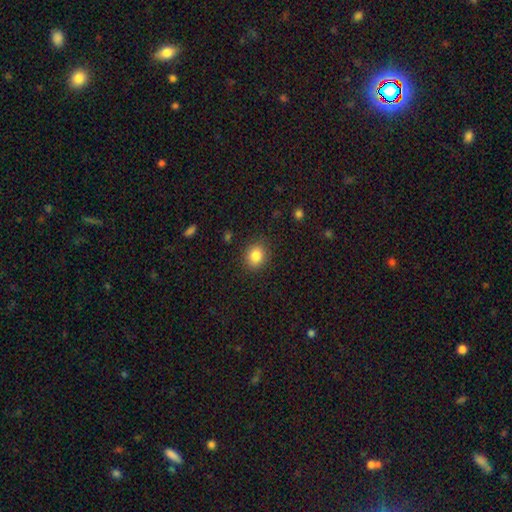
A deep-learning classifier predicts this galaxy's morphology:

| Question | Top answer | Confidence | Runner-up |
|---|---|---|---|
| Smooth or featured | smooth | 84% | star or artifact (10%) |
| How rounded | round | 66% | in between (33%) |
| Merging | none | 87% | minor disturbance (9%) |